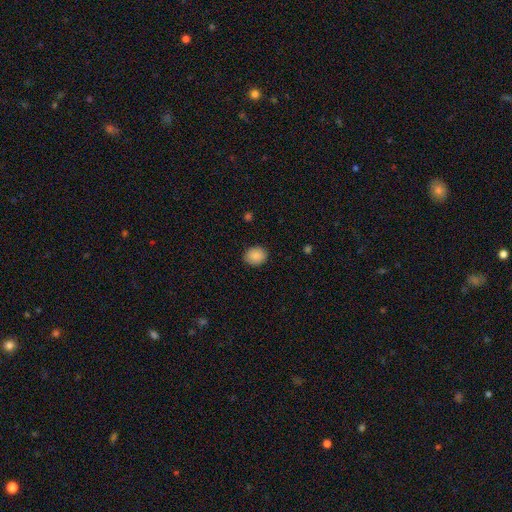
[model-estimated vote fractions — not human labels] smooth 89%, star or artifact 8%, featured or disk 3%. Down the decision tree: how rounded — round (62%); merging — none (88%).